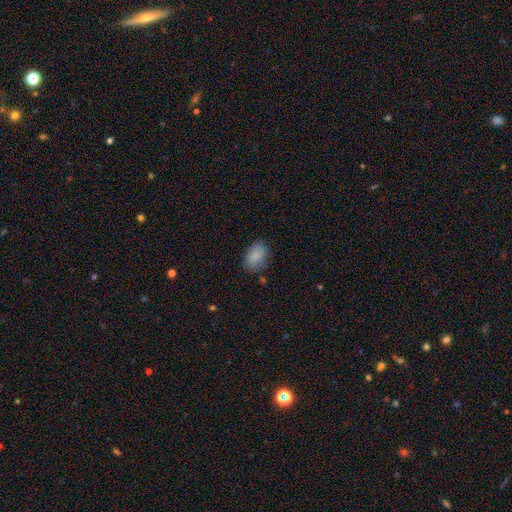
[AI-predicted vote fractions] This appears to be a smooth galaxy with no disk features (85%) that is in between round and cigar-shaped (89%). Merging: none (80%).